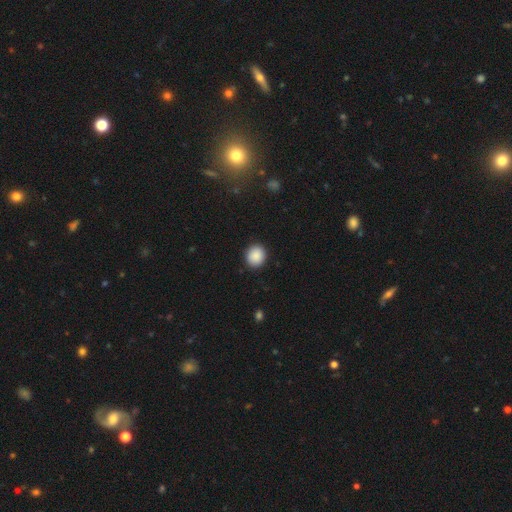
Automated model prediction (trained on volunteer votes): This appears to be a smooth galaxy with no disk features (90%) that is round (81%). Merging: none (90%).